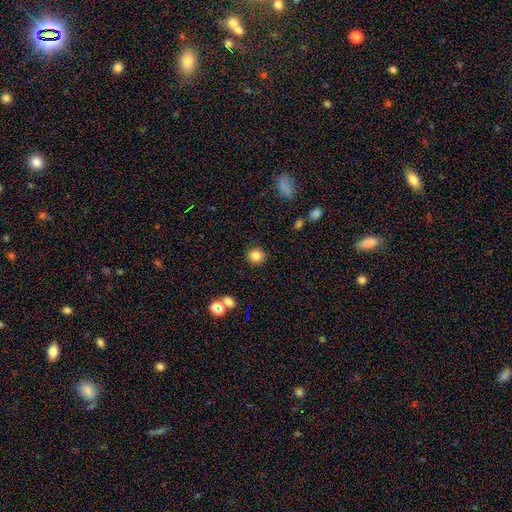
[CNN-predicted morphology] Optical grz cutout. It shows a smooth galaxy with no disk features (82%) that is round (88%). Merging: none (88%).